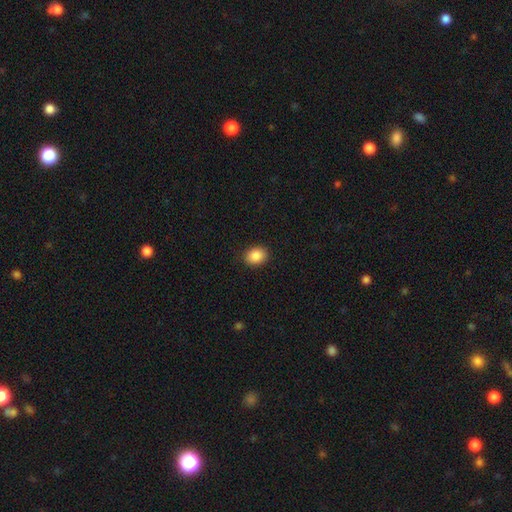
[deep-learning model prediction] Smooth or featured?
  - smooth: 89% *
  - star or artifact: 8%
  - featured or disk: 4%
How rounded?
  - in between: 57% *
  - round: 42%
  - cigar-shaped: 1%
Merging?
  - none: 88% *
  - minor disturbance: 8%
  - major disturbance: 2%
  - merger: 1%